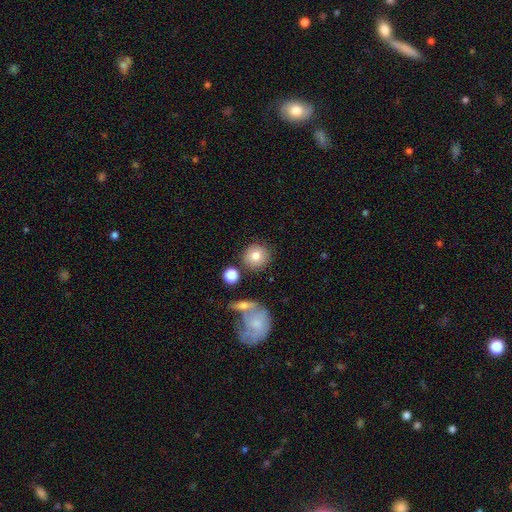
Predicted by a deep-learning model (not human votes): This is likely a smooth galaxy (79%). How rounded: clearly round (91%). Merging: clearly none (81%).